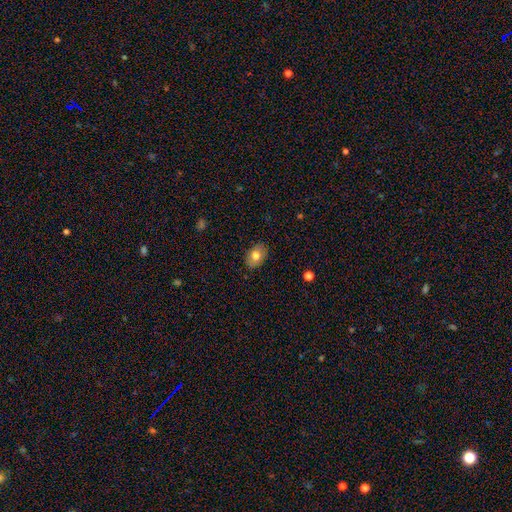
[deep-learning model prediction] Smooth or featured? smooth (77%)
How rounded? in between (81%)
Merging? none (86%)